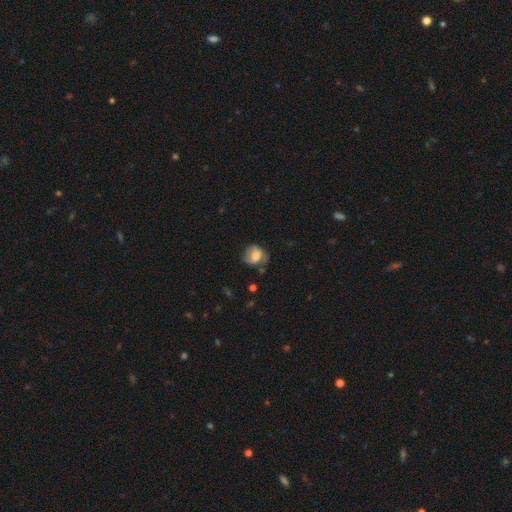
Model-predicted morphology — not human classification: Q: Smooth or featured?
A: smooth (62%); runner-up: featured or disk (30%)
Q: How rounded?
A: round (64%); runner-up: in between (35%)
Q: Merging?
A: none (48%); runner-up: minor disturbance (31%)